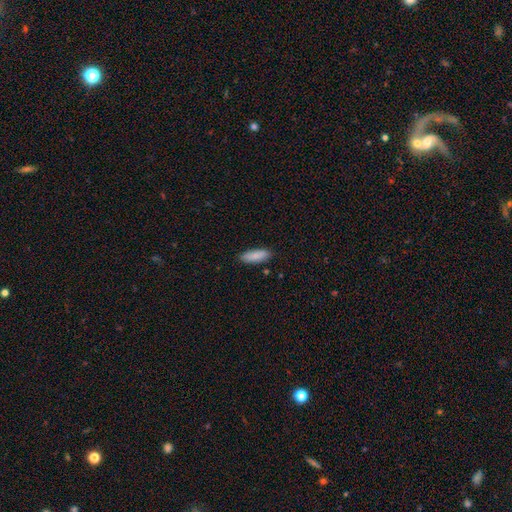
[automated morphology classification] This is clearly a smooth galaxy (87%). How rounded: likely in between (60%). Merging: clearly none (87%).